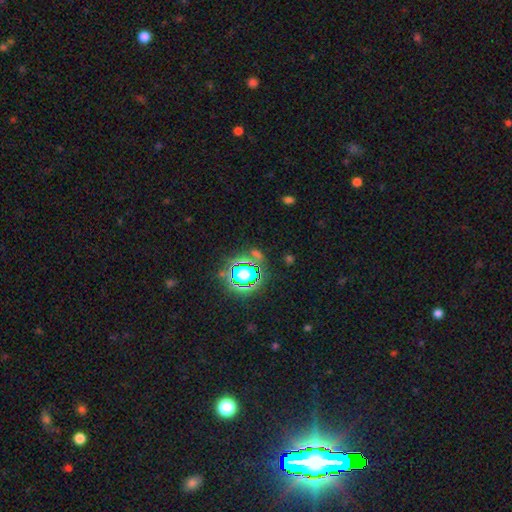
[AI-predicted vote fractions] smooth_or_featured: star or artifact (p=0.69) [alt: smooth p=0.21]